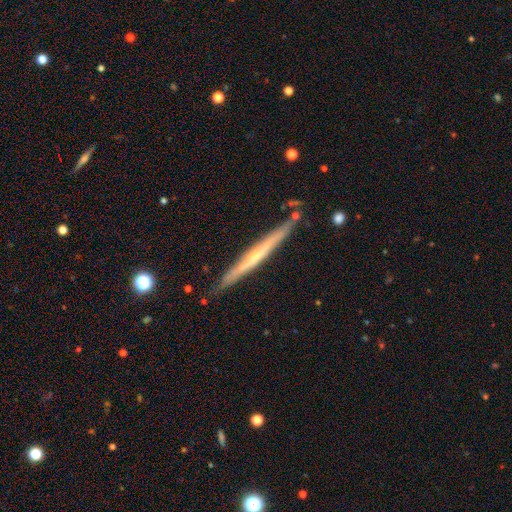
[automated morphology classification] smooth-or-featured: featured or disk: 69% | smooth: 26% | star or artifact: 6%
  disk-edge-on: yes: 97% | no: 3%
    edge-on-bulge: none: 50% | rounded: 46% | boxy: 5%
  merging: none: 84% | minor disturbance: 11% | merger: 2% | major disturbance: 2%